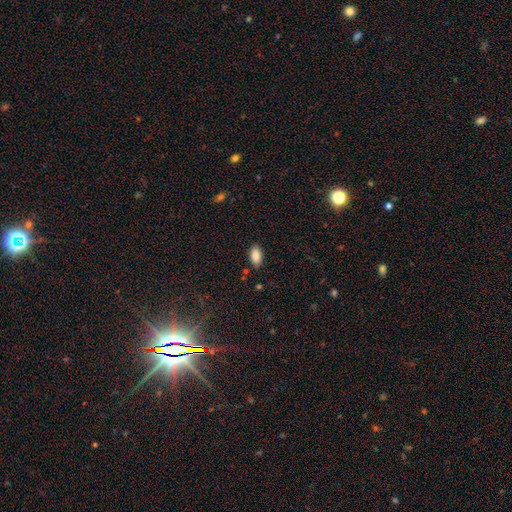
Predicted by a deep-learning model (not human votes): Q: Smooth or featured?
A: smooth (87%); runner-up: star or artifact (8%)
Q: How rounded?
A: in between (93%); runner-up: cigar-shaped (4%)
Q: Merging?
A: none (85%); runner-up: minor disturbance (11%)